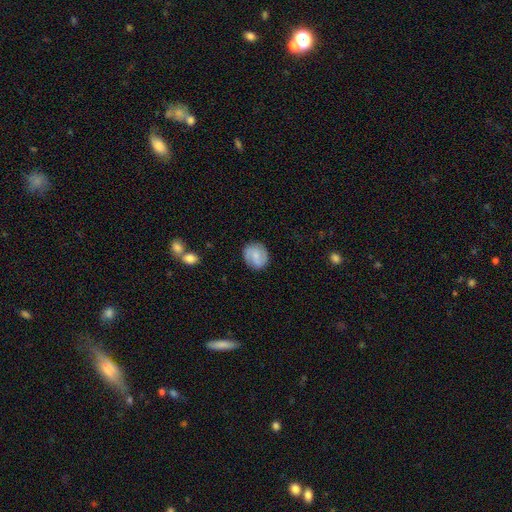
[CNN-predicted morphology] A featured or disk galaxy (53%) with a weak bar (49%), spiral arms (90%) and a small central bulge (46%).

Vote fractions:
- Smooth or featured? featured or disk: 53% / smooth: 40% / star or artifact: 7%
- Edge-on disk? no: 97% / yes: 3%
- Bar? weak: 49% / no: 39% / strong: 13%
- Spiral arms? yes: 90% / no: 10%
- Bulge size? small: 46% / moderate: 30% / none: 19% / large: 3% / dominant: 1%
- Merging? none: 84% / minor disturbance: 12% / major disturbance: 3% / merger: 1%